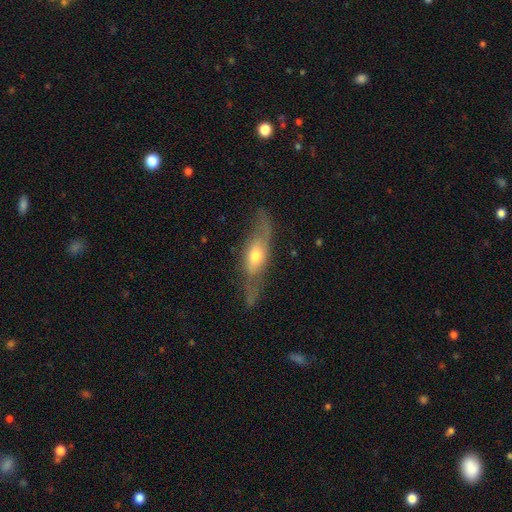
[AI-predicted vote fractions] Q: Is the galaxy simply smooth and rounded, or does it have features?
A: featured or disk — 57%.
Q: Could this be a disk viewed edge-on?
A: no — 53%.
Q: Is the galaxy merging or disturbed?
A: none — 58%.